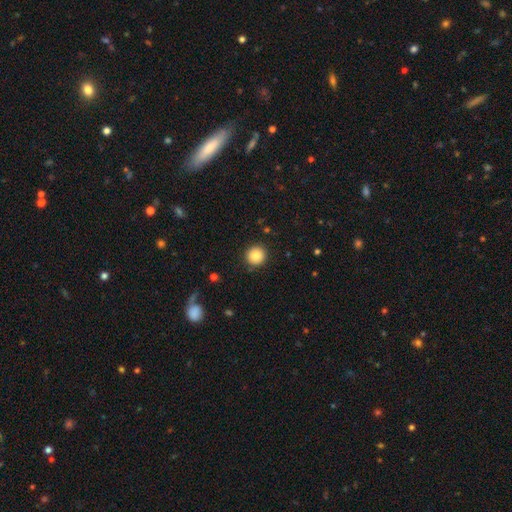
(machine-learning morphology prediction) smooth_or_featured: smooth (p=0.83) [alt: star or artifact p=0.10]
how_rounded: round (p=0.94) [alt: in between p=0.05]
merging: none (p=0.89) [alt: minor disturbance p=0.07]